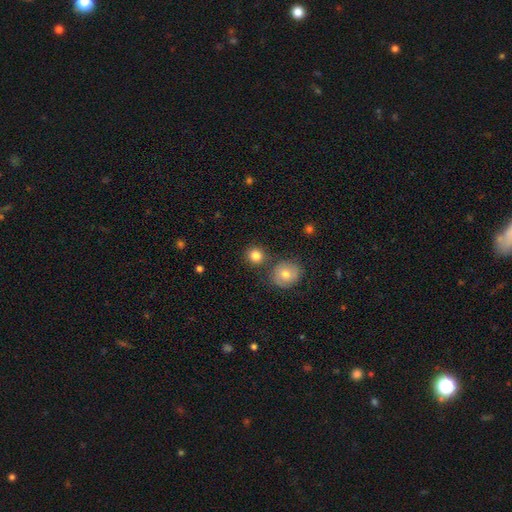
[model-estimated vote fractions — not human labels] Overall: smooth (84%). How rounded: round (90%). Merging: none (78%).